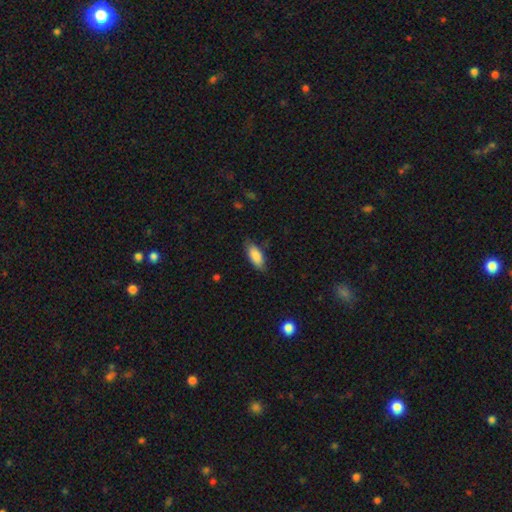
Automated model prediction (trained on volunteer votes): Morphology: type=smooth (85%); roundness=in between (83%); merging=none (76%).